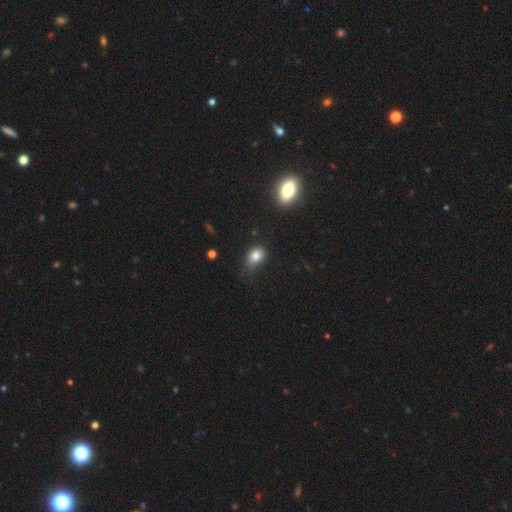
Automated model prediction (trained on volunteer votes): Smooth or featured? Predicted: smooth (p=0.81). How rounded? Predicted: in between (p=0.64). Merging? Predicted: none (p=0.55).